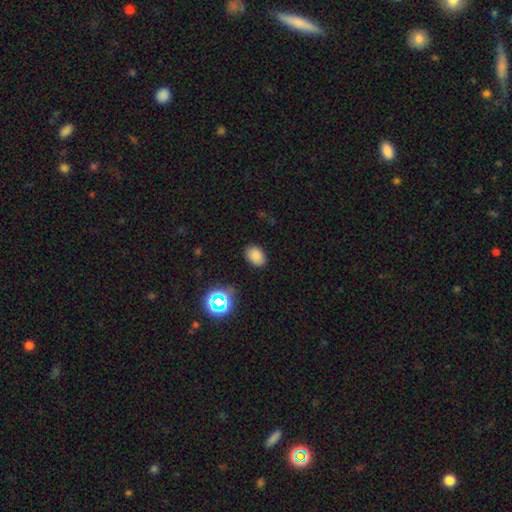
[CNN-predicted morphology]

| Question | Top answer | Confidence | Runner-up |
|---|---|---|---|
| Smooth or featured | smooth | 80% | star or artifact (15%) |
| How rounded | in between | 80% | round (19%) |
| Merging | none | 85% | minor disturbance (11%) |